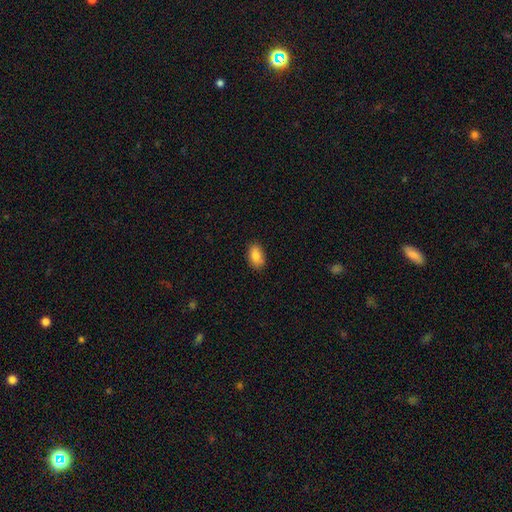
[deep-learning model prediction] This appears to be a smooth galaxy with no disk features (84%) that is in between round and cigar-shaped (91%). Merging: none (86%).